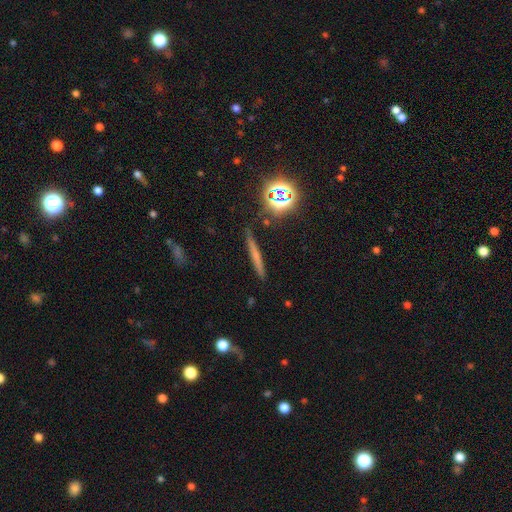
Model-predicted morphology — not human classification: smooth-or-featured: smooth: 49% | featured or disk: 32% | star or artifact: 19%
  merging: none: 86% | minor disturbance: 9% | major disturbance: 2% | merger: 2%